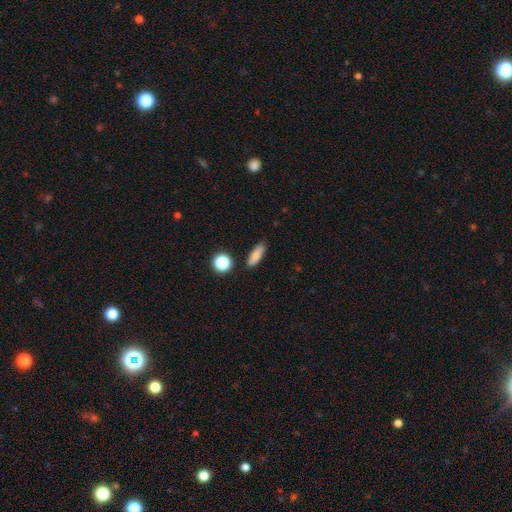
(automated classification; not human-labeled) Smooth or featured? Predicted: smooth (p=0.81). How rounded? Predicted: in between (p=0.54). Merging? Predicted: none (p=0.84).